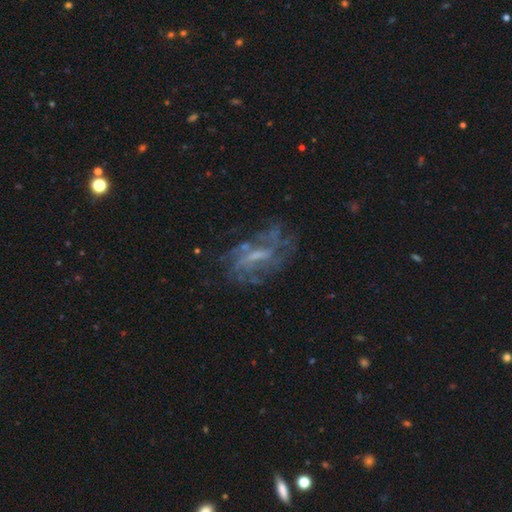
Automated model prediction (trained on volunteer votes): smooth_or_featured: featured or disk (p=0.73) [alt: smooth p=0.14]
disk_edge_on: no (p=0.93) [alt: yes p=0.07]
bar: weak (p=0.49) [alt: no p=0.32]
has_spiral_arms: yes (p=0.70) [alt: no p=0.30]
bulge_size: small (p=0.38) [alt: moderate p=0.29]
merging: none (p=0.57) [alt: major disturbance p=0.21]